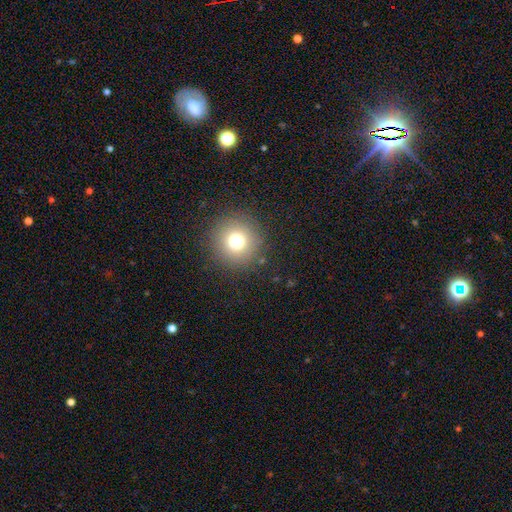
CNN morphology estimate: The model was most divided on "smooth or featured": smooth: 62%, star or artifact: 28%, featured or disk: 10%. More confident: how rounded — round (95%); merging — none (91%).